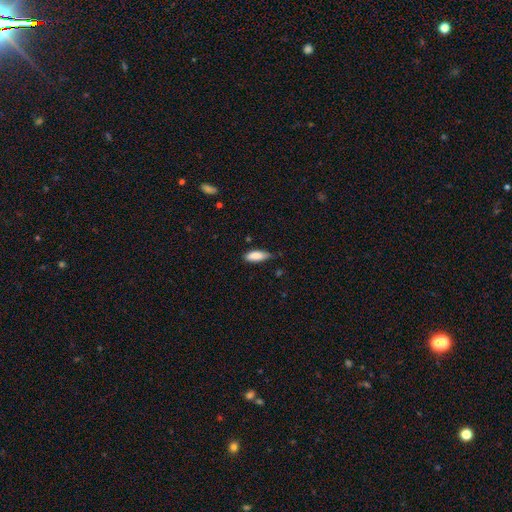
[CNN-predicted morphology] Overall: smooth (86%). How rounded: in between (72%). Merging: none (61%; minor disturbance 33%).